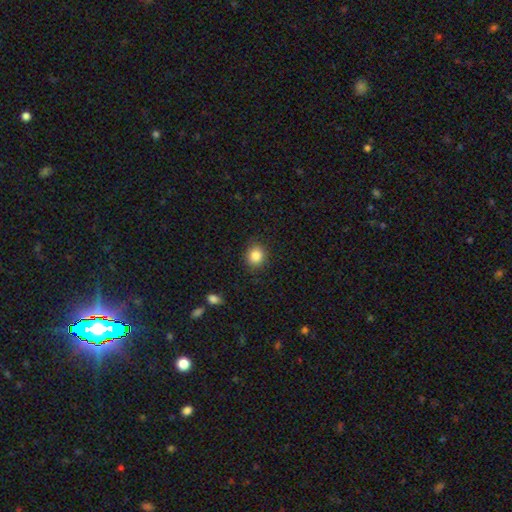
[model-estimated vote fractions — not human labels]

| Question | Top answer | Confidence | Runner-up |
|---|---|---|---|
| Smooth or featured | smooth | 85% | star or artifact (10%) |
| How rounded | round | 81% | in between (18%) |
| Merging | none | 89% | minor disturbance (7%) |